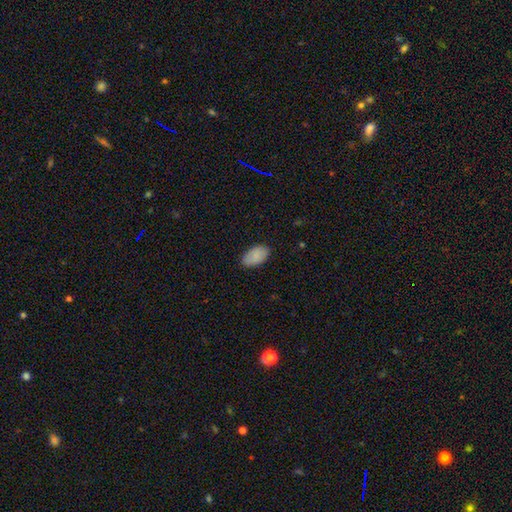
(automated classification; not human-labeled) A smooth galaxy with no disk features (88%) that is in between round and cigar-shaped (95%).

Vote fractions:
- Smooth or featured? smooth: 88% / star or artifact: 7% / featured or disk: 5%
- How rounded? in between: 95% / round: 4% / cigar-shaped: 2%
- Merging? none: 82% / minor disturbance: 14% / major disturbance: 2% / merger: 1%